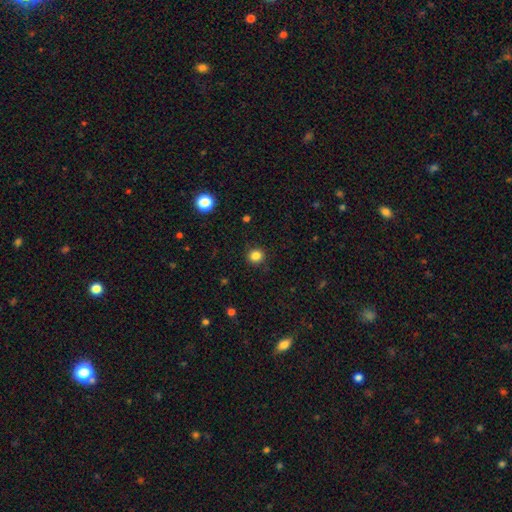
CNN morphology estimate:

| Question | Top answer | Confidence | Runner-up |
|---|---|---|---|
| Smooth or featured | smooth | 84% | star or artifact (12%) |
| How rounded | round | 92% | in between (7%) |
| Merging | none | 91% | minor disturbance (6%) |